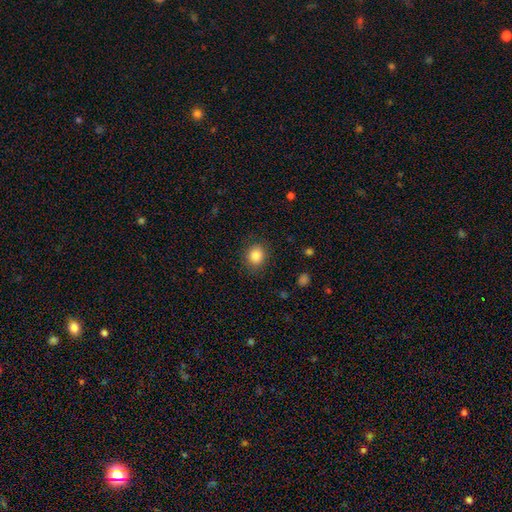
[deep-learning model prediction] A smooth galaxy with no disk features (86%) that is round (74%). Merging: none (87%).